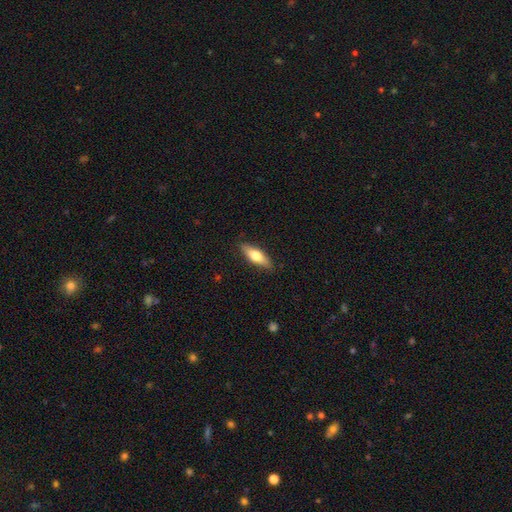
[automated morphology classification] Smooth or featured?
  - smooth: 66% *
  - featured or disk: 28%
  - star or artifact: 6%
How rounded?
  - in between: 55% *
  - cigar-shaped: 43%
  - round: 2%
Merging?
  - none: 86% *
  - minor disturbance: 10%
  - major disturbance: 2%
  - merger: 1%